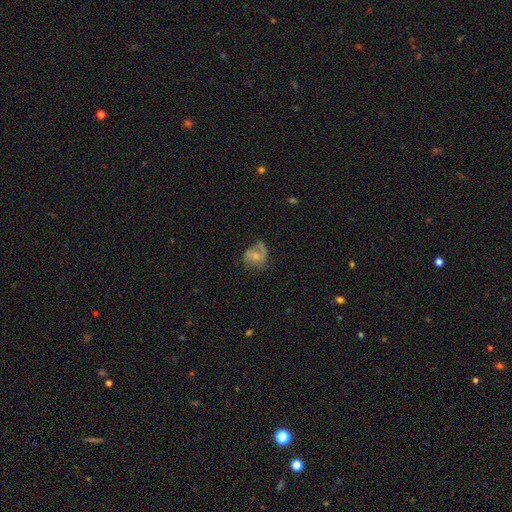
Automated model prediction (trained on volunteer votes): featured or disk 54%, smooth 38%, star or artifact 9%. Down the decision tree: edge-on disk — no (97%); bar — no (69%); spiral arms — yes (68%); bulge size — moderate (45%); merging — none (43%).